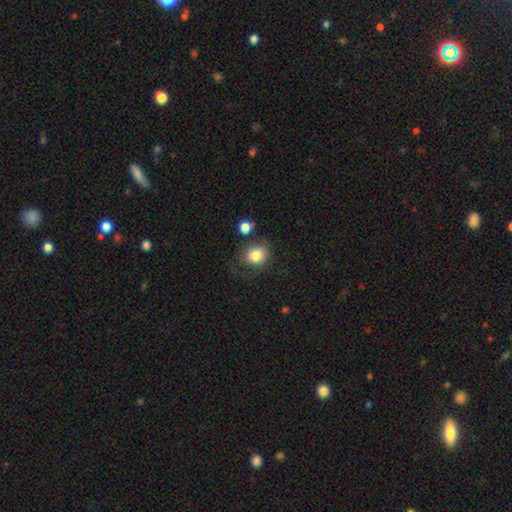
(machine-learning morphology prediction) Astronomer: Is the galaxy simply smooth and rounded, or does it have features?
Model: smooth — 81%.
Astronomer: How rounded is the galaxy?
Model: round — 72%.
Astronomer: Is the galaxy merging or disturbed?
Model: none — 62%.